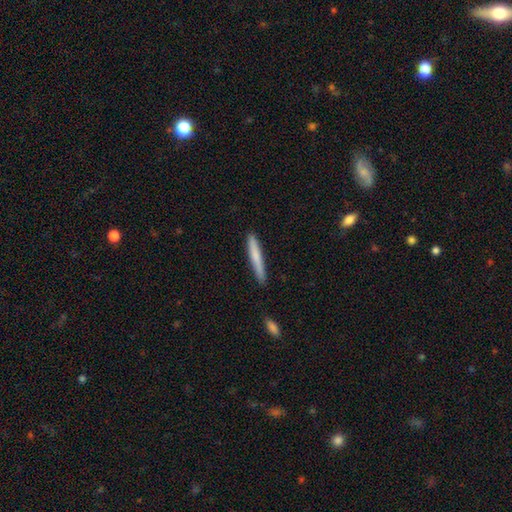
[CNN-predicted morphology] Smooth or featured? Predicted: smooth (p=0.71). How rounded? Predicted: cigar-shaped (p=0.95). Merging? Predicted: none (p=0.86).